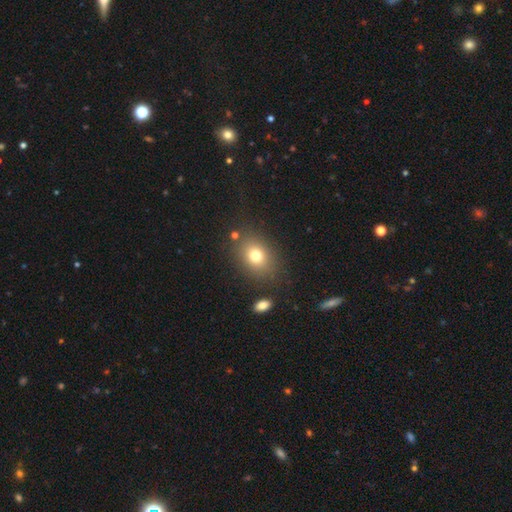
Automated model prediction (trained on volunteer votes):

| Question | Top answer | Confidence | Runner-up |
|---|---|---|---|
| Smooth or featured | smooth | 76% | star or artifact (13%) |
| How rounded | in between | 58% | round (41%) |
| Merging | none | 81% | minor disturbance (10%) |